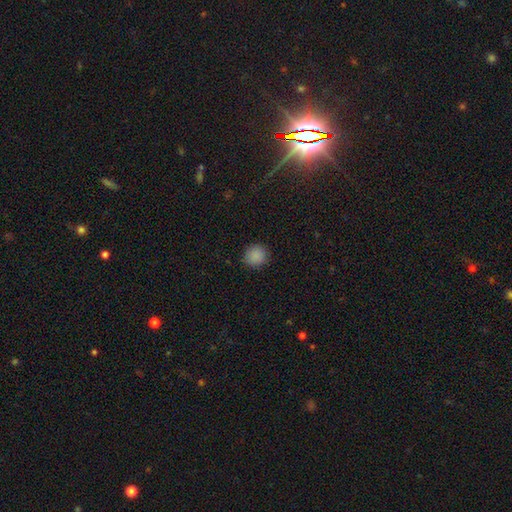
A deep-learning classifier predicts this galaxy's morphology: Smooth or featured: smooth — 88% (star or artifact — 10%)
How rounded: round — 91% (in between — 8%)
Merging: none — 89% (minor disturbance — 8%)